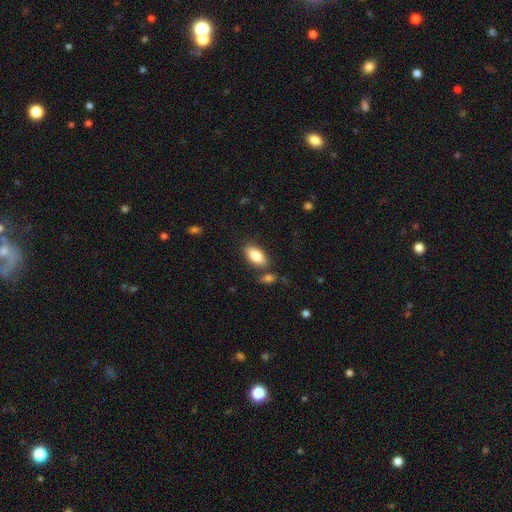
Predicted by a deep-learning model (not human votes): A smooth galaxy with no disk features (83%) that is in between round and cigar-shaped (91%). Merging: none (77%).